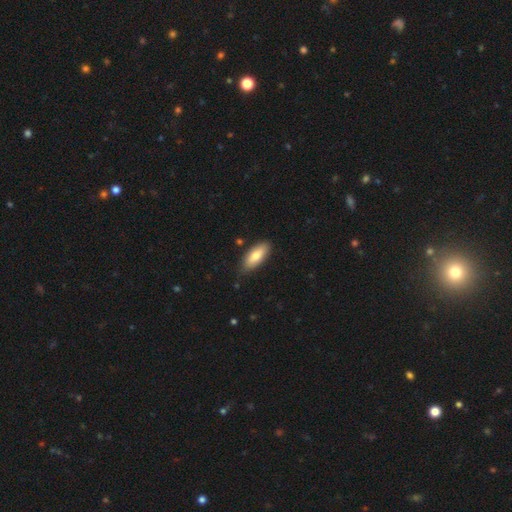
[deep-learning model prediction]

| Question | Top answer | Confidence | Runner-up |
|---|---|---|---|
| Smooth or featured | smooth | 78% | featured or disk (17%) |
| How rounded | in between | 79% | cigar-shaped (19%) |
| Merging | none | 80% | minor disturbance (16%) |